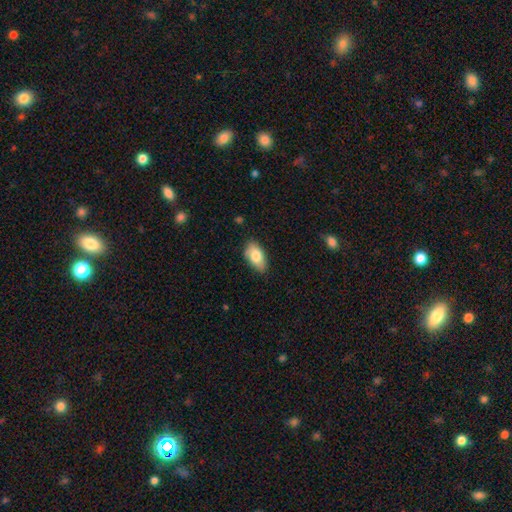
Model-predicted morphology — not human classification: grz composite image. It shows a smooth galaxy with no disk features (80%) that is in between round and cigar-shaped (93%). Merging: none (78%).